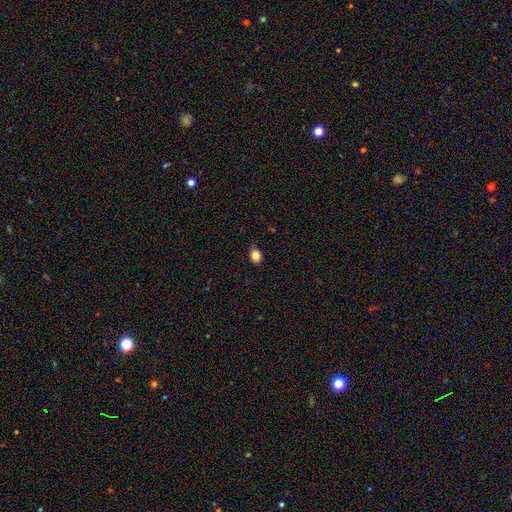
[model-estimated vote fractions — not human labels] Q: Smooth or featured?
A: smooth (83%); runner-up: star or artifact (11%)
Q: How rounded?
A: in between (57%); runner-up: round (42%)
Q: Merging?
A: none (87%); runner-up: minor disturbance (10%)